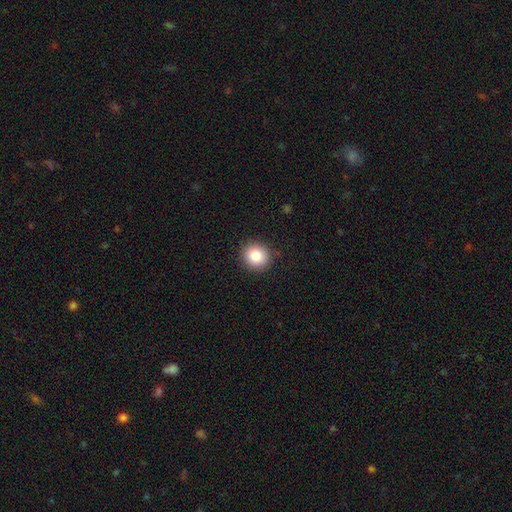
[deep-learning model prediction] Smooth or featured: smooth — 85% (star or artifact — 9%)
How rounded: round — 88% (in between — 11%)
Merging: none — 89% (minor disturbance — 8%)